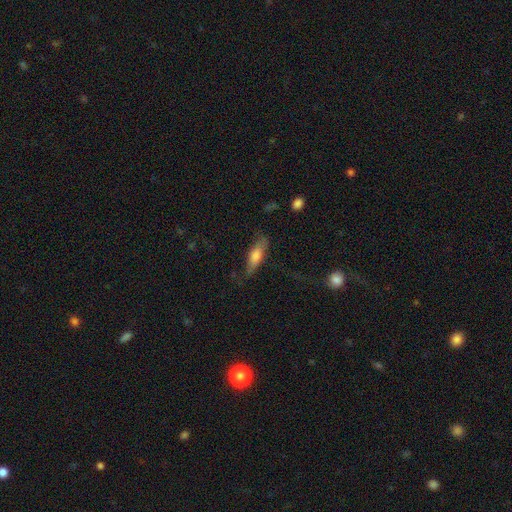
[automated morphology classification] smooth-or-featured: smooth: 64% | featured or disk: 29% | star or artifact: 7%
  how-rounded: in between: 49% | cigar-shaped: 48% | round: 2%
  merging: none: 69% | minor disturbance: 22% | major disturbance: 8% | merger: 2%